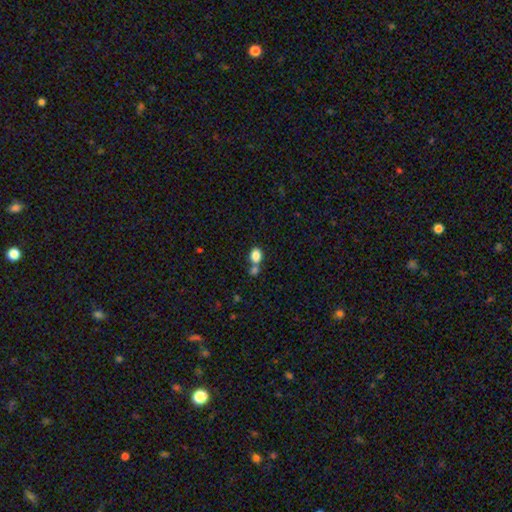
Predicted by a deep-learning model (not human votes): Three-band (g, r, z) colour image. It shows a smooth galaxy with no disk features (84%) that is in between round and cigar-shaped (63%). Merging: none (47%).